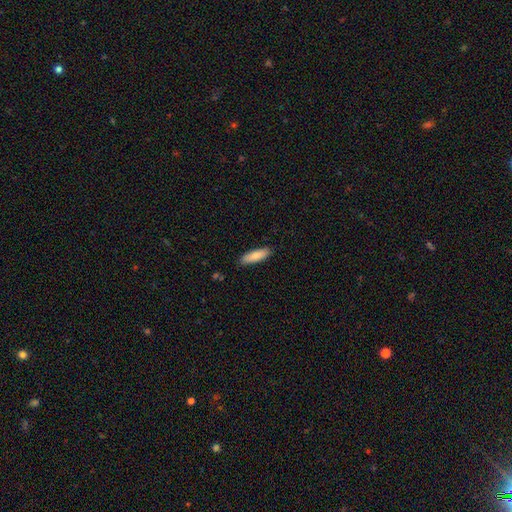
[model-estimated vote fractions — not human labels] This is clearly a smooth galaxy (84%). How rounded: possibly cigar-shaped (56%). Merging: clearly none (88%).